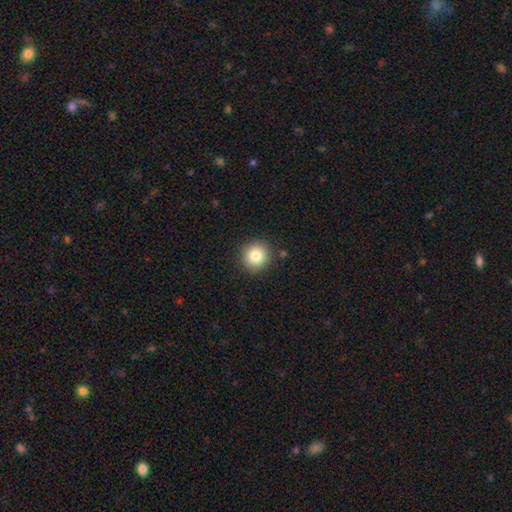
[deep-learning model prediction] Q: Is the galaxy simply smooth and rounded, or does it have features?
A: smooth — 82%.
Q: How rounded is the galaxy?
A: round — 94%.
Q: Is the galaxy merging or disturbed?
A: none — 89%.